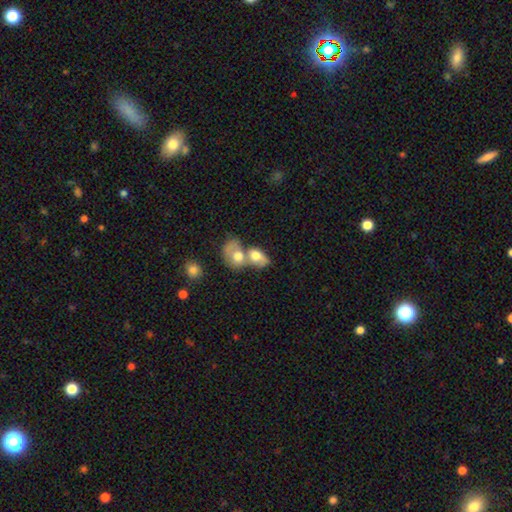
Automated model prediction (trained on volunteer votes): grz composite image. It shows a smooth galaxy with no disk features (64%) that is in between round and cigar-shaped (69%). Merging: merger (77%).